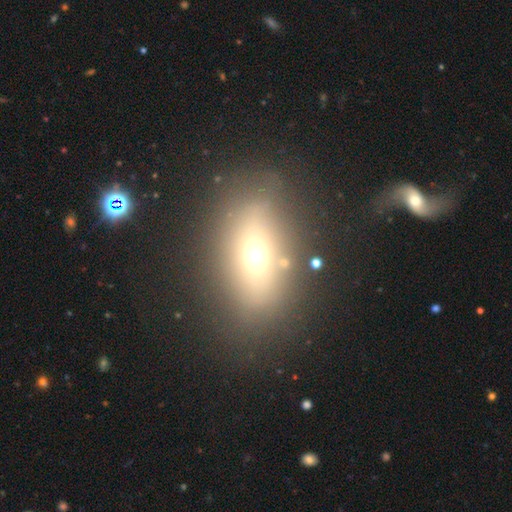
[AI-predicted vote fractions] This appears to be a smooth galaxy with no disk features (56%) that is in between round and cigar-shaped (76%). Merging: none (71%).